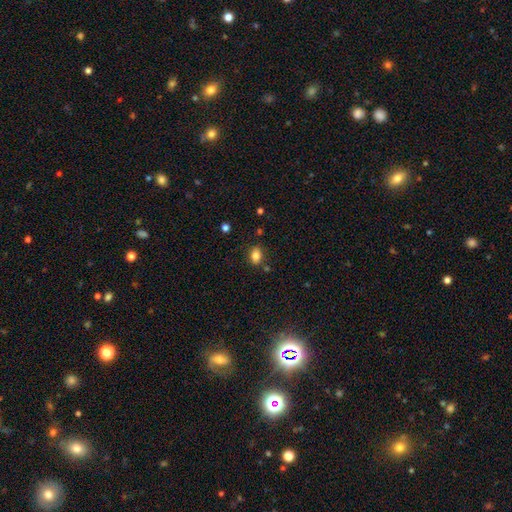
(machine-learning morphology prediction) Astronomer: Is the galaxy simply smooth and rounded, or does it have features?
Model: smooth — 83%.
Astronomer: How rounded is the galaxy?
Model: in between — 78%.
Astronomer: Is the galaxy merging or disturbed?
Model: none — 78%.